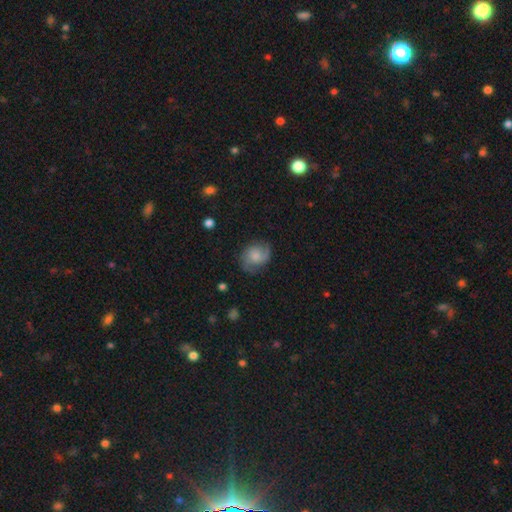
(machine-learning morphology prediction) type=featured or disk (52%); edge-on=no (97%); bar=no (69%); spiral arms=yes (90%); bulge=moderate (36%); merging=none (68%).